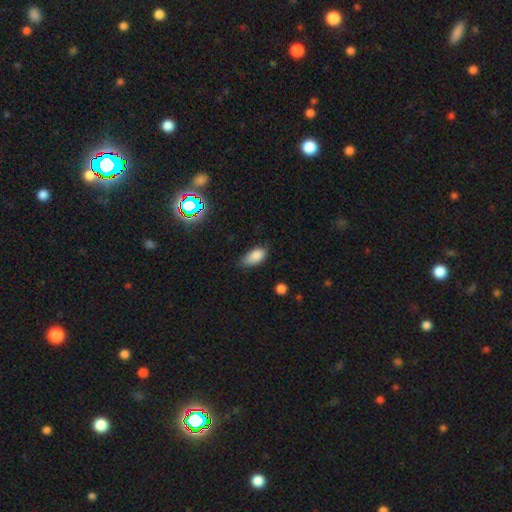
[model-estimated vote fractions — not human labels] The model was most divided on "merging": none: 62%, minor disturbance: 31%, major disturbance: 5%, merger: 2%. More confident: how rounded — in between (92%); smooth or featured — smooth (85%).